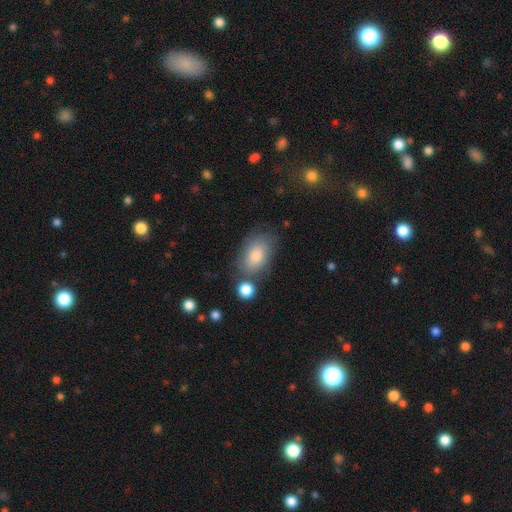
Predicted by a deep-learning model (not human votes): The model was most divided on "merging": none: 66%, minor disturbance: 20%, merger: 8%, major disturbance: 6%. More confident: how rounded — in between (90%); smooth or featured — smooth (78%).